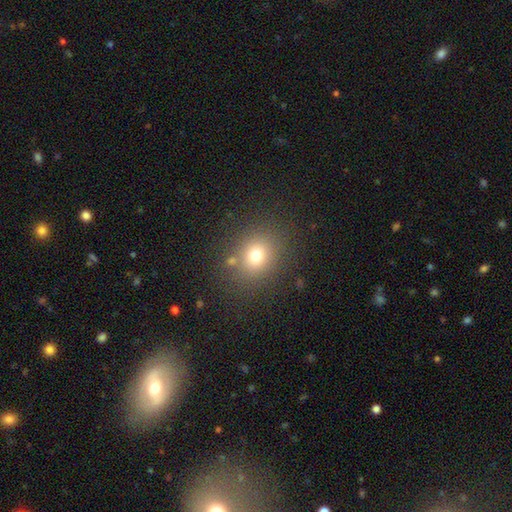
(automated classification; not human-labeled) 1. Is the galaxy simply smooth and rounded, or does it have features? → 72% smooth, 17% star or artifact, 10% featured or disk.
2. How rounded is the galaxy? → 73% round, 26% in between, 1% cigar-shaped.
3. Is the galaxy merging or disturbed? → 81% none, 10% minor disturbance, 5% merger, 5% major disturbance.